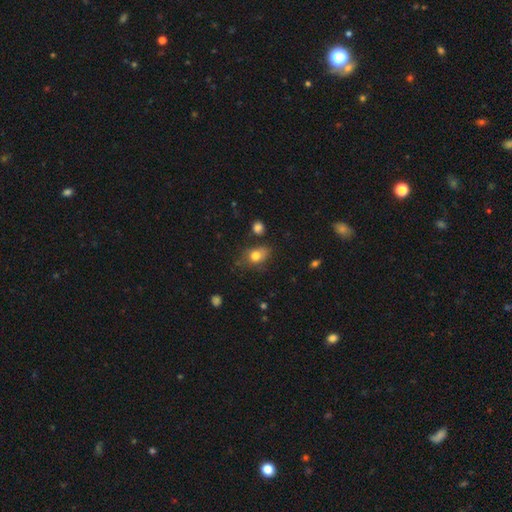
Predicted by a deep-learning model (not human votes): The model was most divided on "how rounded": in between: 65%, round: 34%, cigar-shaped: 2%. More confident: smooth or featured — smooth (77%); merging — none (60%).